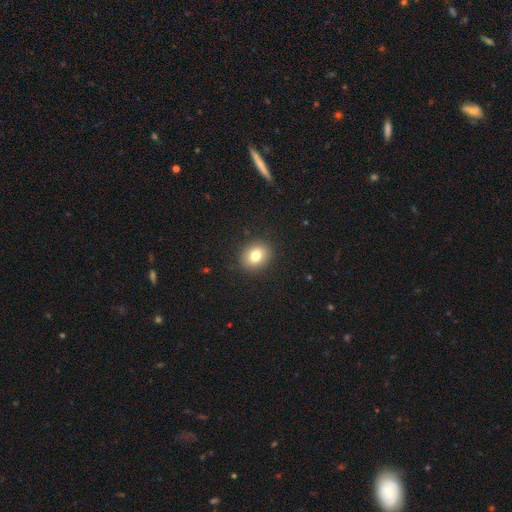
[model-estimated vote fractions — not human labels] A smooth galaxy with no disk features (78%) that is round (64%). Merging: none (90%).